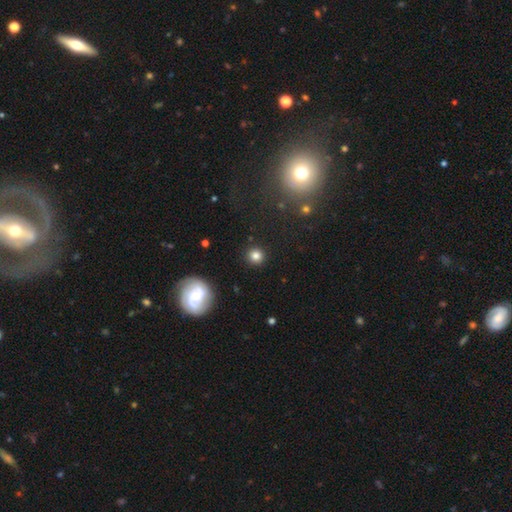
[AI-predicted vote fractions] Morphology: type=smooth (80%); roundness=round (93%); merging=none (90%).